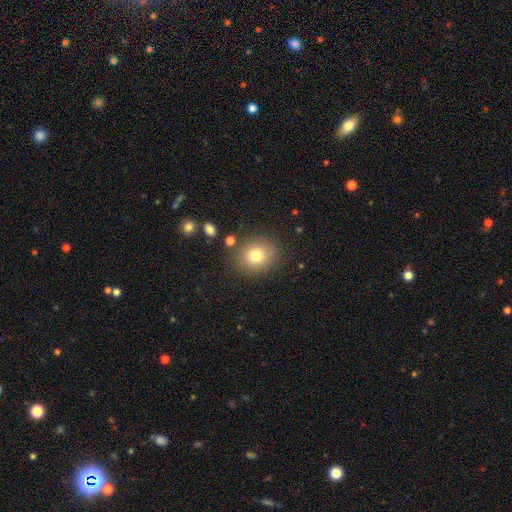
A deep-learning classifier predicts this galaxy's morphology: Overall: smooth (78%). How rounded: round (76%). Merging: none (81%).